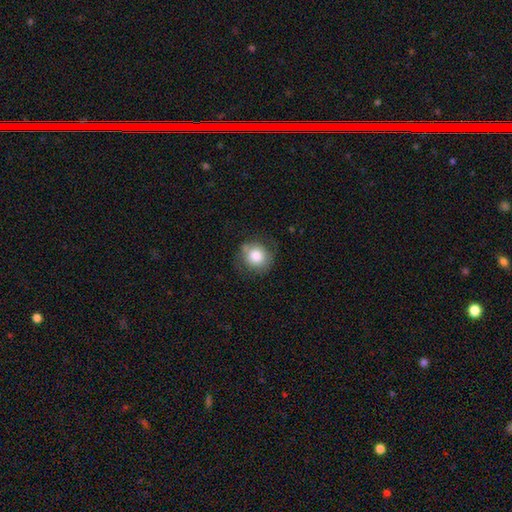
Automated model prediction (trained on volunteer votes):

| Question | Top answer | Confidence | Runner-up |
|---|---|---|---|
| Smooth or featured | smooth | 79% | featured or disk (12%) |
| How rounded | round | 87% | in between (12%) |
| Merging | none | 70% | minor disturbance (20%) |